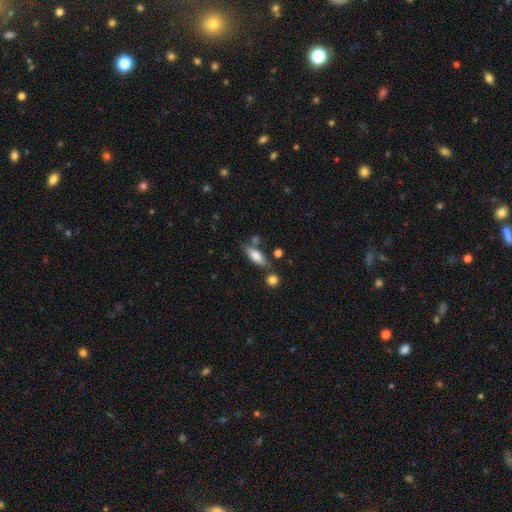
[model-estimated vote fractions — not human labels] This appears to be a smooth galaxy with no disk features (70%) that is in between round and cigar-shaped (62%). Merging: none (69%).